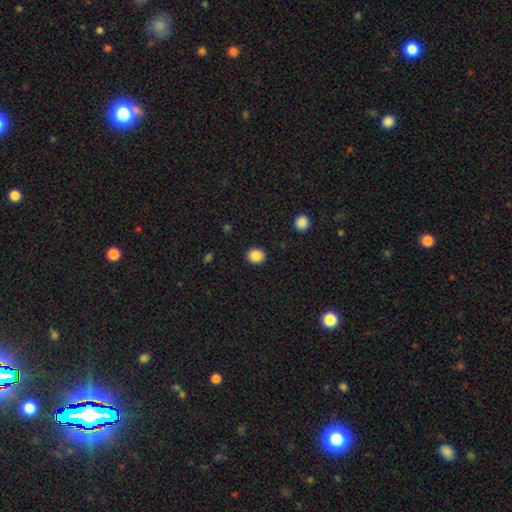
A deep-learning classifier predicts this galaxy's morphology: smooth-or-featured: smooth: 88% | star or artifact: 9% | featured or disk: 3%
  how-rounded: round: 83% | in between: 16% | cigar-shaped: 1%
  merging: none: 91% | minor disturbance: 6% | major disturbance: 2% | merger: 1%